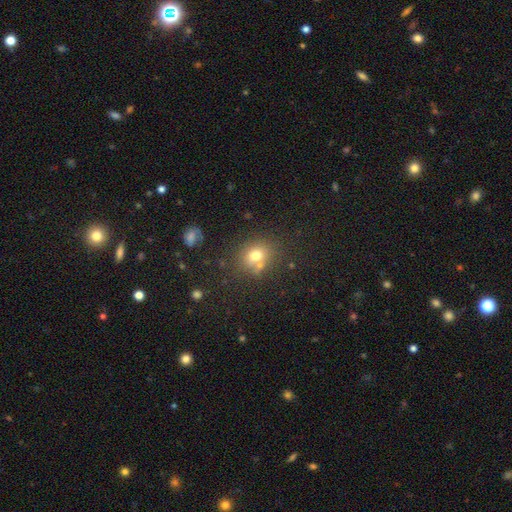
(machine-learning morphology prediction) Smooth or featured?
  - smooth: 72% *
  - star or artifact: 15%
  - featured or disk: 13%
How rounded?
  - round: 67% *
  - in between: 32%
  - cigar-shaped: 1%
Merging?
  - none: 63% *
  - merger: 17%
  - minor disturbance: 15%
  - major disturbance: 6%